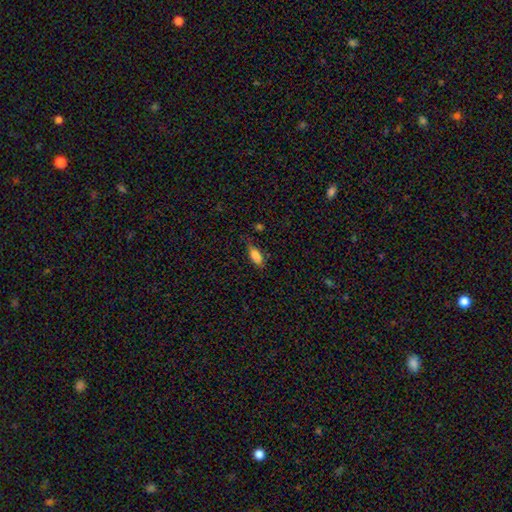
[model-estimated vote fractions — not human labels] smooth-or-featured: smooth: 82% | featured or disk: 10% | star or artifact: 8%
  how-rounded: in between: 81% | cigar-shaped: 16% | round: 3%
  merging: none: 65% | minor disturbance: 26% | major disturbance: 6% | merger: 2%